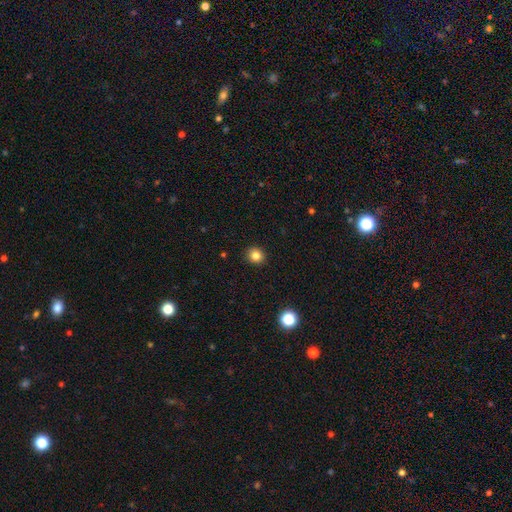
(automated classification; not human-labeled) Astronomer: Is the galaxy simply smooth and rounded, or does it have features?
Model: smooth — 83%.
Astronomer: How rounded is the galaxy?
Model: round — 86%.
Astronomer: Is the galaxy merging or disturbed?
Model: none — 92%.